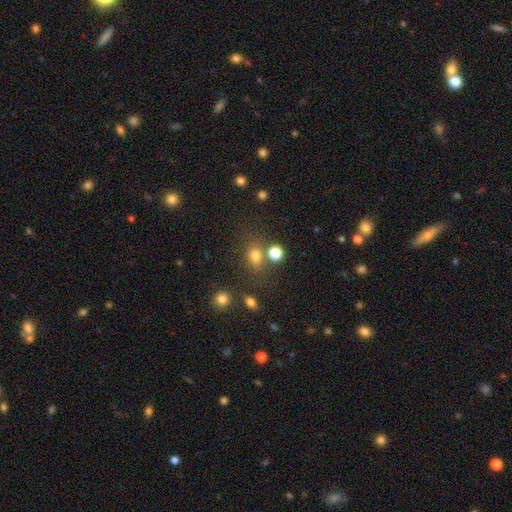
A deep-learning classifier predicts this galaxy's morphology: This is likely a smooth galaxy (73%). How rounded: possibly in between (50%). Merging: likely none (63%).